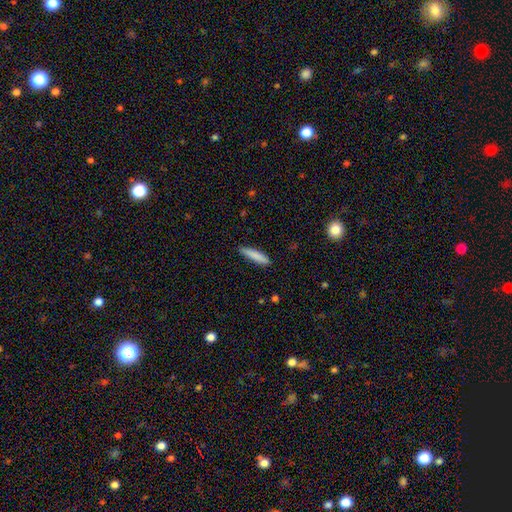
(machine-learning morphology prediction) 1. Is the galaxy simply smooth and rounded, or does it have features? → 85% smooth, 9% featured or disk, 6% star or artifact.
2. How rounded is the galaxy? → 84% cigar-shaped, 15% in between, 1% round.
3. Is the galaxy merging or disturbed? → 85% none, 12% minor disturbance, 2% major disturbance, 1% merger.